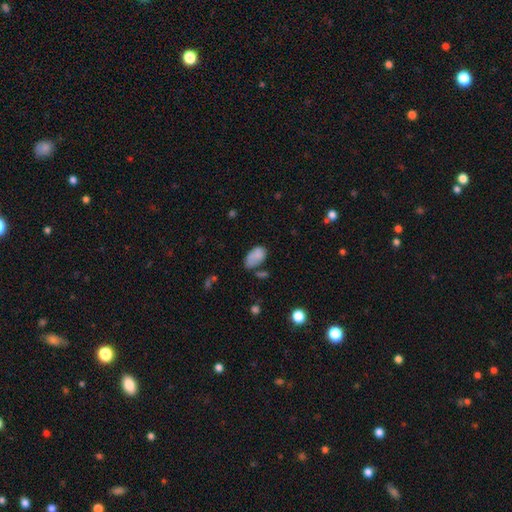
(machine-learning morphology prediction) The model was most divided on "merging": none: 40%, minor disturbance: 28%, major disturbance: 17%, merger: 15%. More confident: how rounded — in between (91%); smooth or featured — smooth (77%).